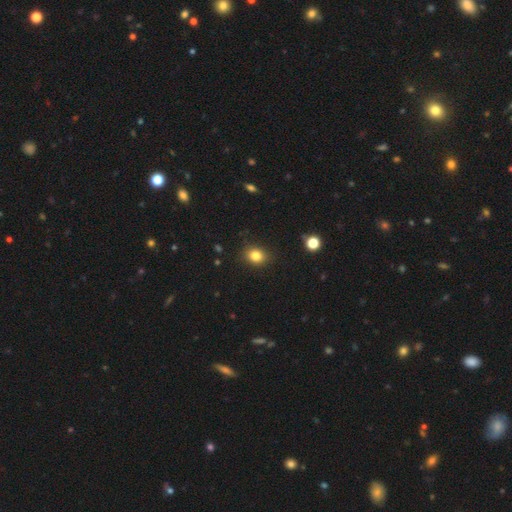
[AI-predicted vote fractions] Smooth or featured: smooth — 83% (star or artifact — 11%)
How rounded: round — 56% (in between — 43%)
Merging: none — 87% (minor disturbance — 10%)